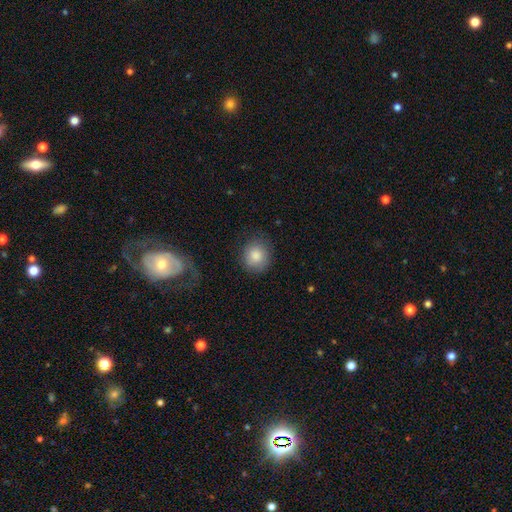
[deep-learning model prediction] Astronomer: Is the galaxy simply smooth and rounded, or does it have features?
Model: smooth — 85%.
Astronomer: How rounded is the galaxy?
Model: round — 82%.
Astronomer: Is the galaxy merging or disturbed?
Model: none — 81%.